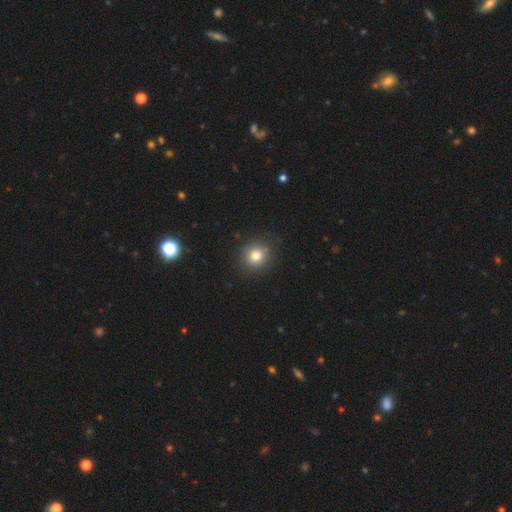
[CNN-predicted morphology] smooth_or_featured: smooth (p=0.80) [alt: star or artifact p=0.12]
how_rounded: round (p=0.86) [alt: in between p=0.13]
merging: none (p=0.88) [alt: minor disturbance p=0.08]